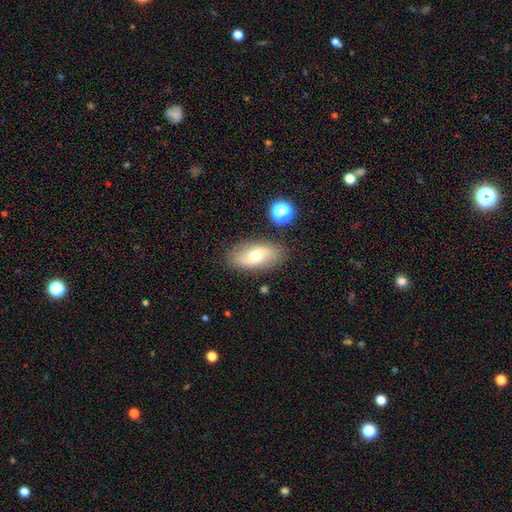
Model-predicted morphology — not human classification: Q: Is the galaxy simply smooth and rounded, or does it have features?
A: smooth — 50%.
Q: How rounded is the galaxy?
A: in between — 88%.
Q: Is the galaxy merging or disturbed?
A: none — 83%.